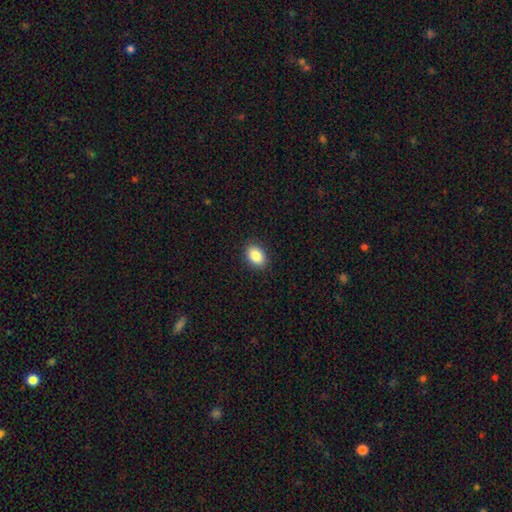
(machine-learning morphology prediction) Smooth or featured: smooth — 87% (star or artifact — 8%)
How rounded: in between — 83% (round — 15%)
Merging: none — 89% (minor disturbance — 8%)